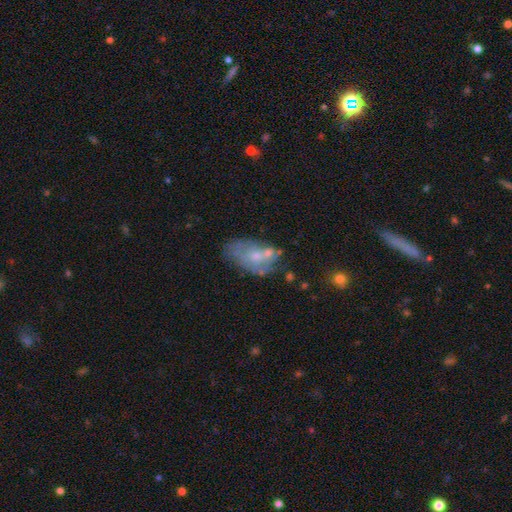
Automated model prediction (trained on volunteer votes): The model was most divided on "smooth or featured": featured or disk: 52%, smooth: 38%, star or artifact: 11%. Remaining: edge-on disk — no (94%); merging — none (39%).